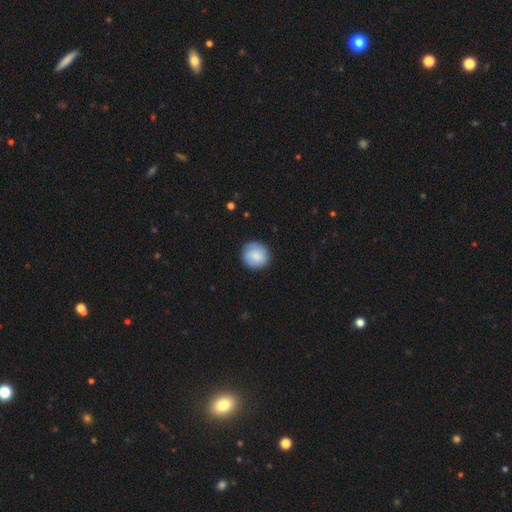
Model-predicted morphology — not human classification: smooth_or_featured: smooth (p=0.79) [alt: featured or disk p=0.14]
how_rounded: round (p=0.90) [alt: in between p=0.09]
merging: none (p=0.84) [alt: minor disturbance p=0.12]